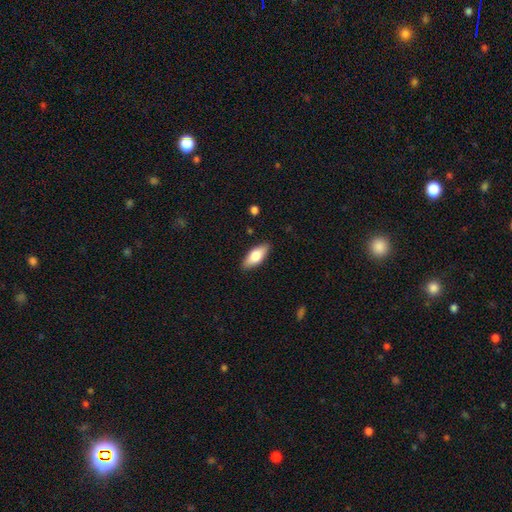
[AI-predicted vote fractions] Smooth or featured? smooth (72%)
How rounded? in between (79%)
Merging? none (88%)